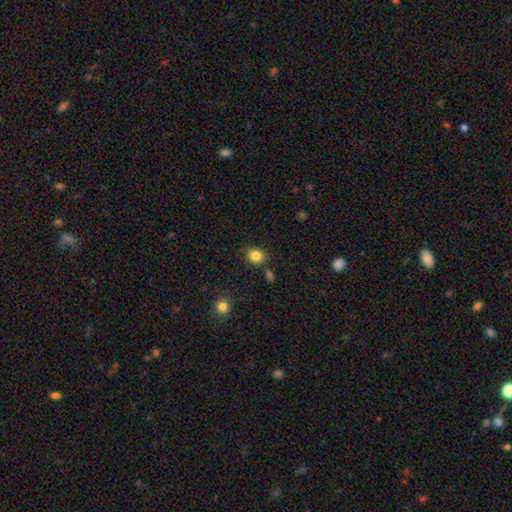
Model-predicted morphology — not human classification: The model was most divided on "how rounded": round: 64%, in between: 35%, cigar-shaped: 1%. More confident: smooth or featured — smooth (85%); merging — none (82%).